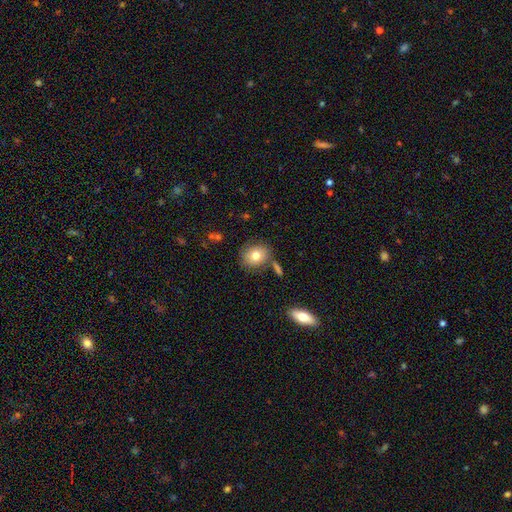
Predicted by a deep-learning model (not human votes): This is likely a smooth galaxy (78%). How rounded: likely round (66%). Merging: likely none (77%).